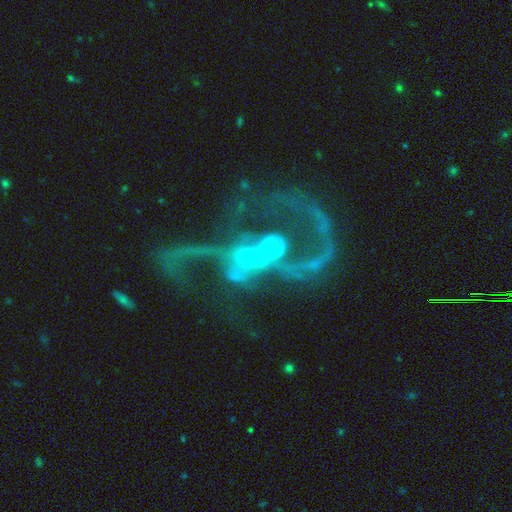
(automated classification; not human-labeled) Overall: featured or disk (80%). Edge-on disk: no (97%). Bar: no (70%). Spiral arms: yes (66%; no 34%). Spiral arm count: 2 (46%; can't tell 22%). Spiral winding: loose (56%; medium 31%). Bulge size: small (45%; moderate 40%). Merging: merger (65%).